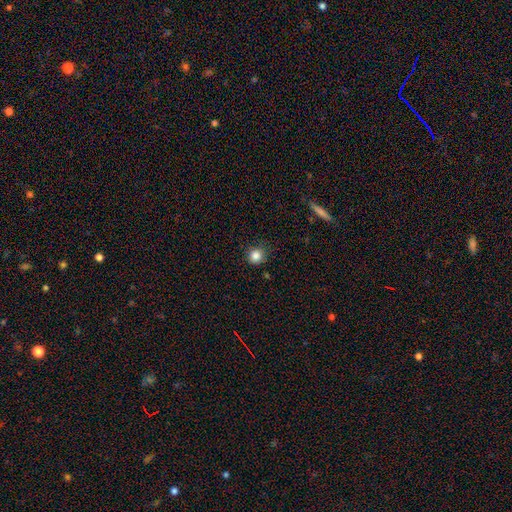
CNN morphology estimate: Smooth or featured? smooth (84%)
How rounded? round (91%)
Merging? none (84%)